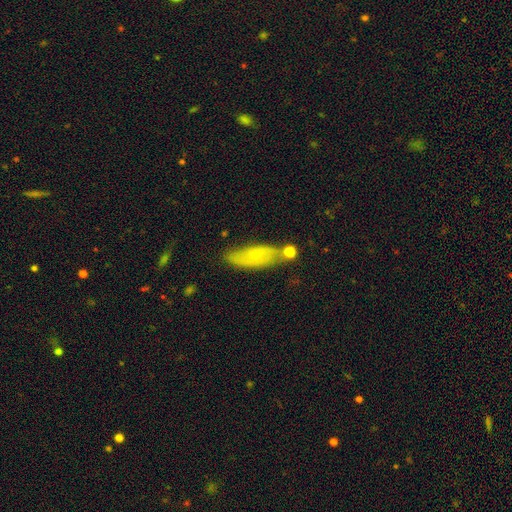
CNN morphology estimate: Q: Smooth or featured?
A: smooth (50%); runner-up: featured or disk (43%)
Q: Merging?
A: none (62%); runner-up: minor disturbance (21%)